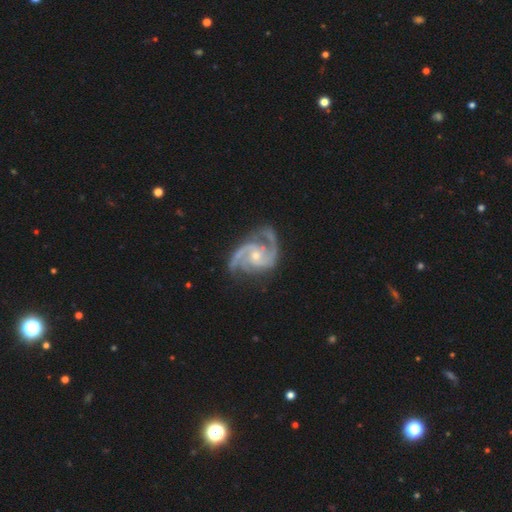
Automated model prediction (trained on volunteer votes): This is clearly a featured or disk galaxy (94%). It is clearly not viewed edge-on (98%). Bar: likely no (60%). Spiral arm pattern: clearly yes (99%). Spiral arm count: likely 2 (67%). Spiral winding: likely medium (62%). Central bulge: likely small (62%). Merging: likely none (71%).